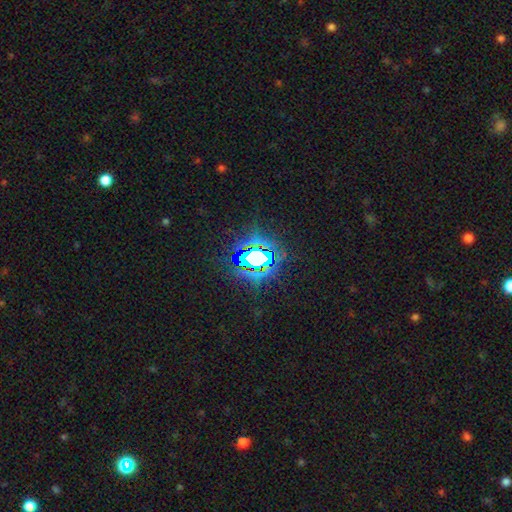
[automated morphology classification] Smooth or featured? star or artifact (72%)